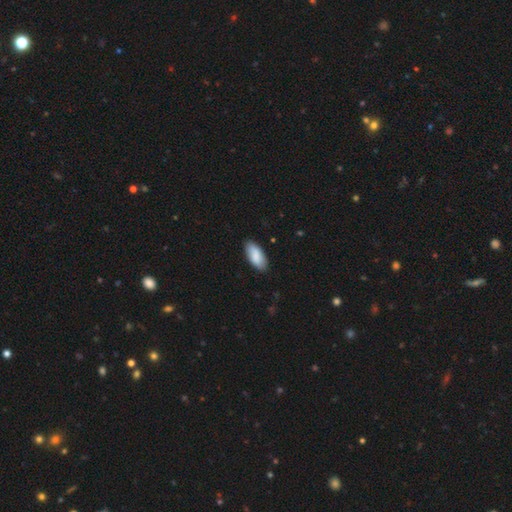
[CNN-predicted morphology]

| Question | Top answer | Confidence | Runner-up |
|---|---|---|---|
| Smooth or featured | smooth | 87% | featured or disk (7%) |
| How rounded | in between | 88% | cigar-shaped (10%) |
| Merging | none | 86% | minor disturbance (11%) |